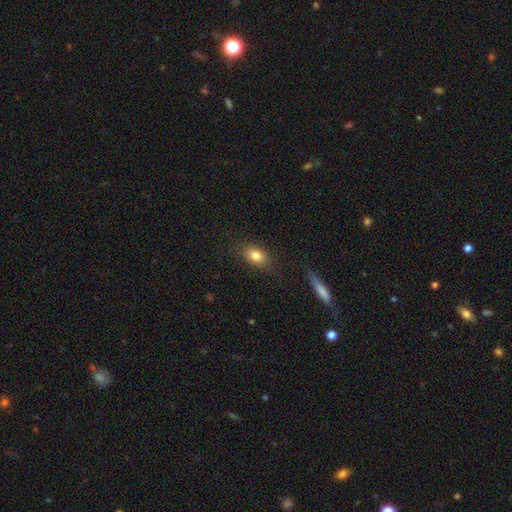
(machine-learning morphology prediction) Overall: smooth (81%). How rounded: in between (77%). Merging: none (80%).